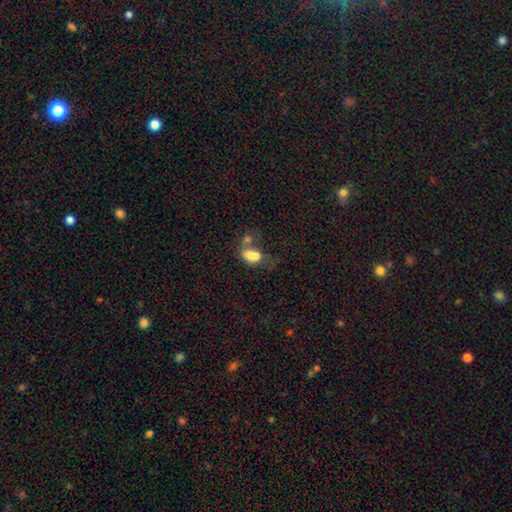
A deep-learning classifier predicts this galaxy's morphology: This is likely a smooth galaxy (67%). How rounded: likely in between (76%). Merging: likely merger (64%).